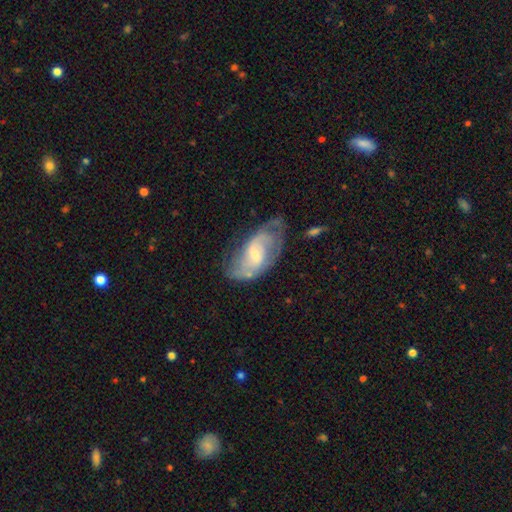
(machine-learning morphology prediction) type=featured or disk (74%); edge-on=no (95%); bar=weak (50%); spiral arms=yes (87%); winding=medium (45%); arm count=2 (61%); bulge=small (57%); merging=none (53%).